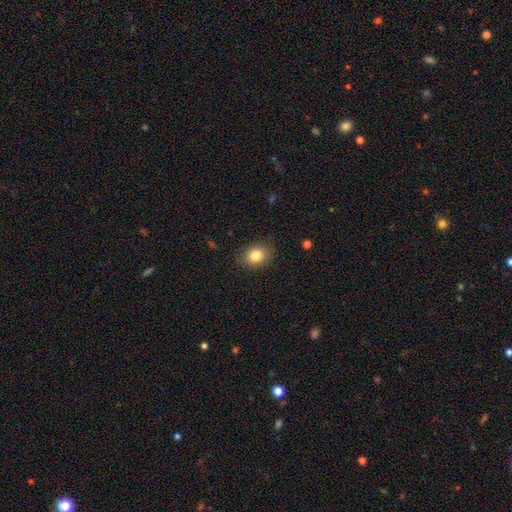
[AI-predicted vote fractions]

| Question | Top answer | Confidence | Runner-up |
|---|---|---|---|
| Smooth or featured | smooth | 82% | star or artifact (10%) |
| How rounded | in between | 54% | round (45%) |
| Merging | none | 85% | minor disturbance (11%) |